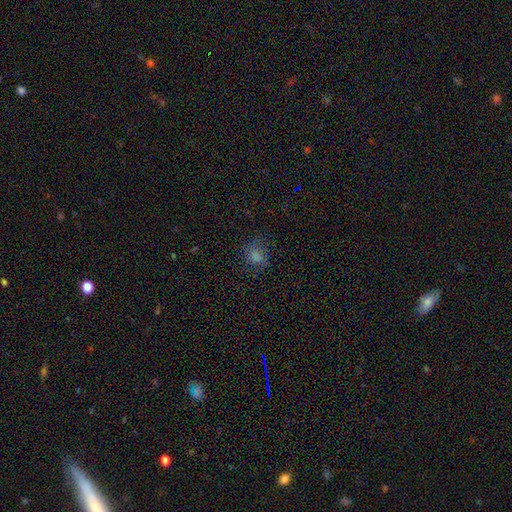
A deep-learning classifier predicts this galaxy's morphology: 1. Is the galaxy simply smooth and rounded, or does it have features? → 67% smooth, 20% star or artifact, 13% featured or disk.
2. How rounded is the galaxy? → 71% round, 28% in between, 1% cigar-shaped.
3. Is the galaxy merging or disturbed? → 65% none, 20% minor disturbance, 13% major disturbance, 2% merger.